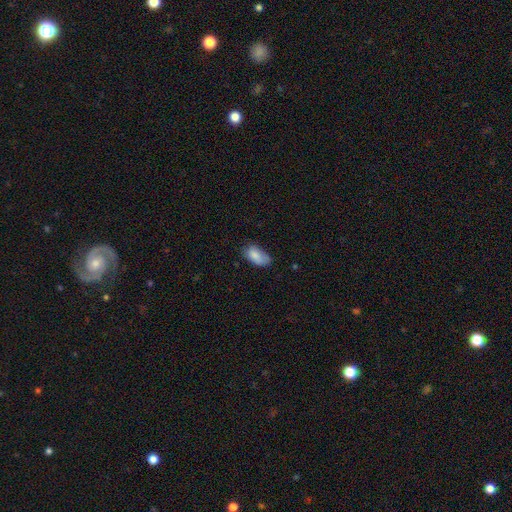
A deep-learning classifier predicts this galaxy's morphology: smooth_or_featured: smooth (p=0.84) [alt: featured or disk p=0.09]
how_rounded: in between (p=0.93) [alt: round p=0.04]
merging: none (p=0.50) [alt: minor disturbance p=0.37]